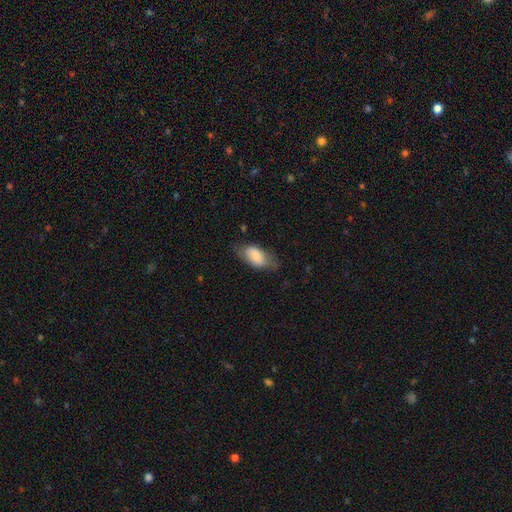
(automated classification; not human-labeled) A smooth galaxy with no disk features (73%) that is in between round and cigar-shaped (92%).

Vote fractions:
- Smooth or featured? smooth: 73% / featured or disk: 21% / star or artifact: 7%
- How rounded? in between: 92% / round: 4% / cigar-shaped: 4%
- Merging? none: 64% / minor disturbance: 25% / major disturbance: 10% / merger: 1%